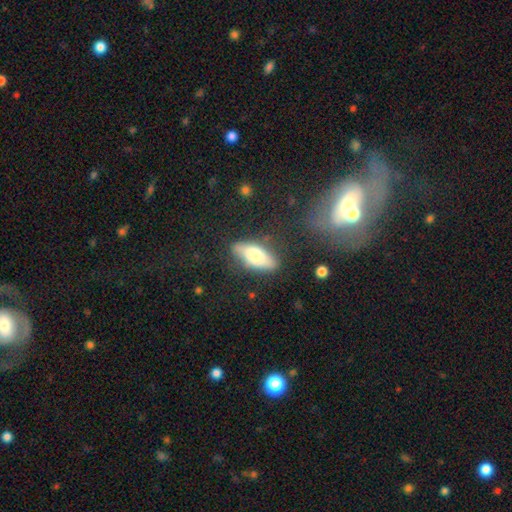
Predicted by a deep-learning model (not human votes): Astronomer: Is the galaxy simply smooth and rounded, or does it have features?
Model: smooth — 68%.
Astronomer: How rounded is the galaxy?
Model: in between — 74%.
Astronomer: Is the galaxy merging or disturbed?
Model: none — 74%.